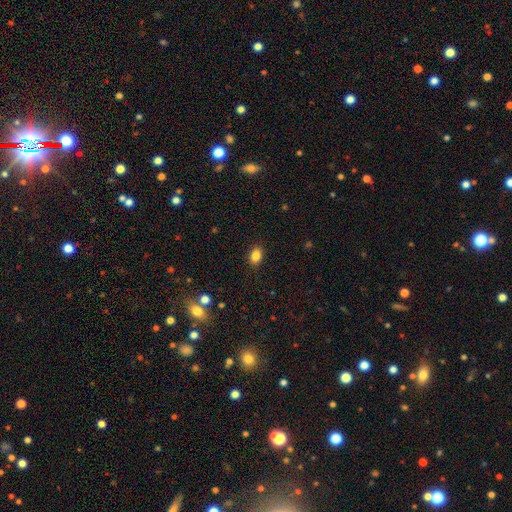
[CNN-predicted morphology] smooth-or-featured: smooth: 85% | star or artifact: 10% | featured or disk: 5%
  how-rounded: in between: 77% | round: 21% | cigar-shaped: 1%
  merging: none: 88% | minor disturbance: 8% | major disturbance: 2% | merger: 1%